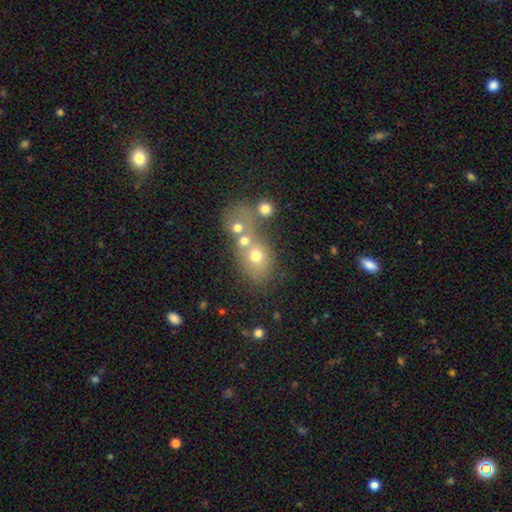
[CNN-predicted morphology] Overall: smooth (61%; featured or disk 23%). How rounded: round (55%; in between 43%). Merging: merger (53%; none 30%).